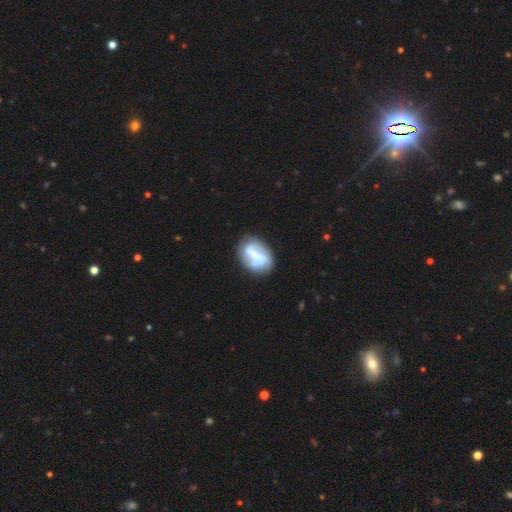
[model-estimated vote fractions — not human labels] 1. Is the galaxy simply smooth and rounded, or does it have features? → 68% featured or disk, 25% smooth, 7% star or artifact.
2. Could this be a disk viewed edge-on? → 96% no, 4% yes.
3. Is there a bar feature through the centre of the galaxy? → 52% strong, 33% weak, 14% no.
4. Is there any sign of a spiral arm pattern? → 69% yes, 31% no.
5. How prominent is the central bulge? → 49% small, 32% moderate, 13% none, 4% large, 1% dominant.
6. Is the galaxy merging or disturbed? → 67% none, 20% minor disturbance, 9% major disturbance, 5% merger.